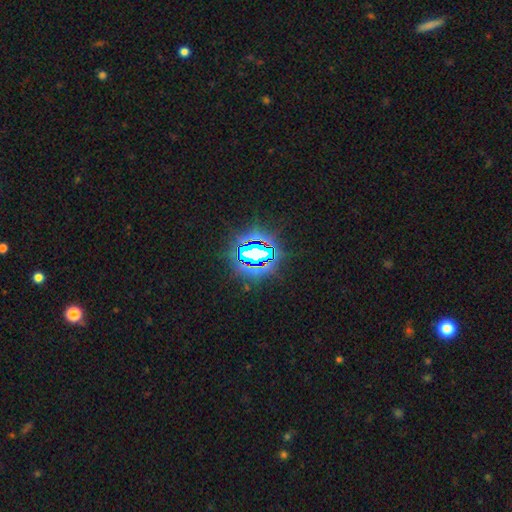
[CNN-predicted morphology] Smooth or featured?
  - star or artifact: 74% *
  - smooth: 14%
  - featured or disk: 12%